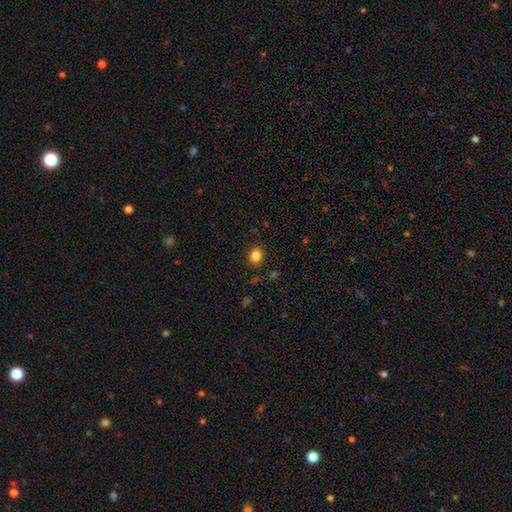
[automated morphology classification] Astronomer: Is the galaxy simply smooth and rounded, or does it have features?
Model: smooth — 84%.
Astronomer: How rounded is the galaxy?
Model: round — 57% (runner-up: in between, 42%).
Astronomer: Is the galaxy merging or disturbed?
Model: none — 88%.